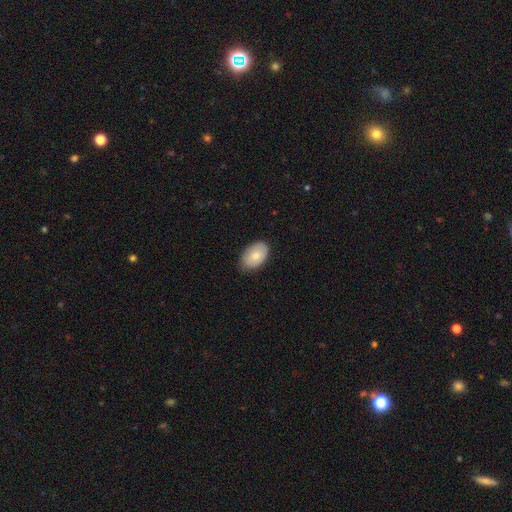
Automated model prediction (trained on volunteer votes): Smooth or featured? smooth (78%)
How rounded? in between (91%)
Merging? none (77%)